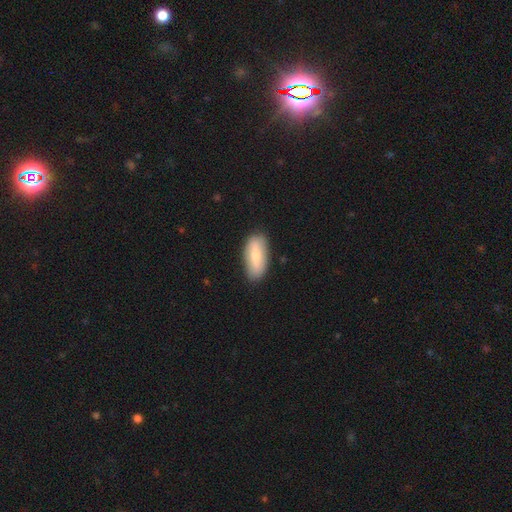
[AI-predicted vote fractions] Smooth or featured? smooth (70%)
How rounded? in between (83%)
Merging? none (84%)